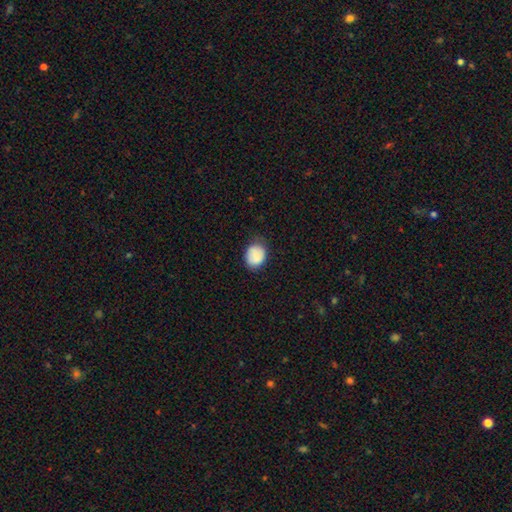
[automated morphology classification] Overall: smooth (83%). How rounded: round (61%; in between 38%). Merging: none (74%).